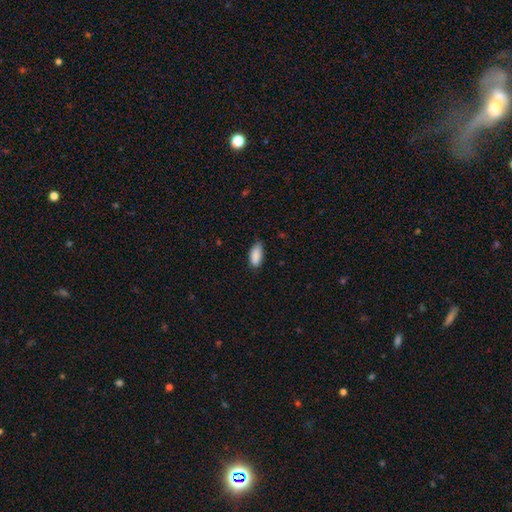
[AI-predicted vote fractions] This appears to be a smooth galaxy with no disk features (89%) that is in between round and cigar-shaped (88%). Merging: none (72%).